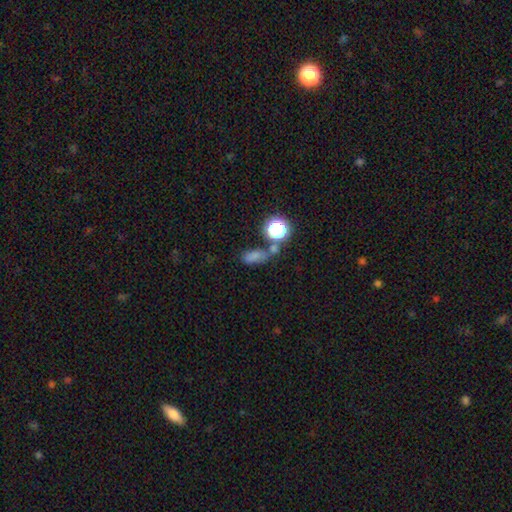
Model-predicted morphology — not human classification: Overall: smooth (64%; star or artifact 26%). How rounded: in between (63%; round 24%). Merging: none (51%; merger 24%).